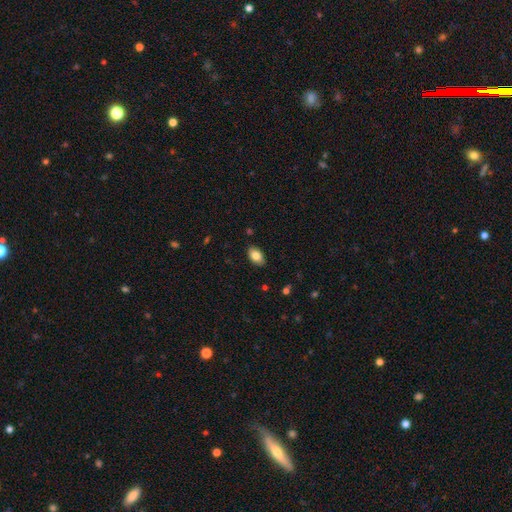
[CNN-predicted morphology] smooth_or_featured: smooth (p=0.83) [alt: featured or disk p=0.10]
how_rounded: in between (p=0.92) [alt: round p=0.06]
merging: none (p=0.87) [alt: minor disturbance p=0.10]